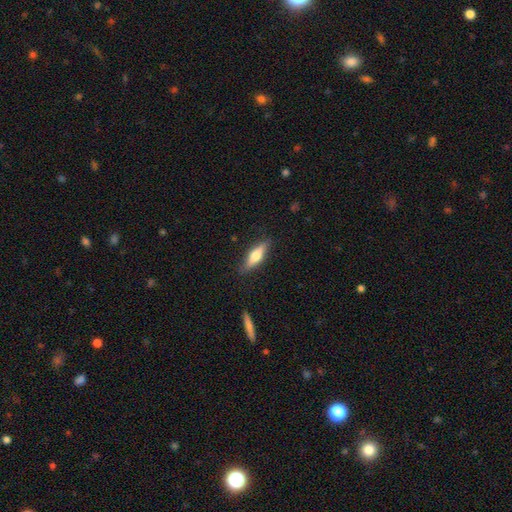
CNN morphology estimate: type=smooth (53%); roundness=cigar-shaped (58%); merging=none (85%).